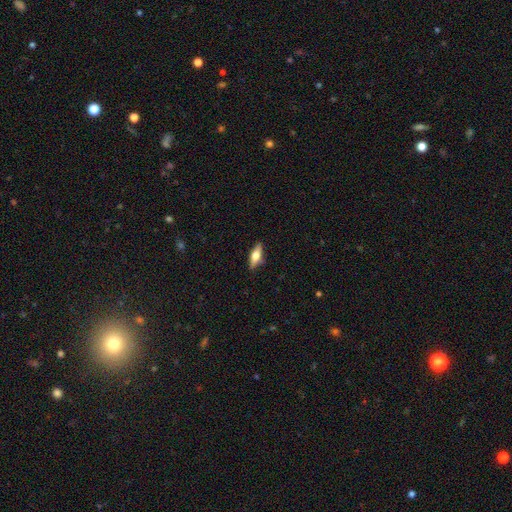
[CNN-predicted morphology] Overall: smooth (49%; featured or disk 44%). Merging: none (86%).